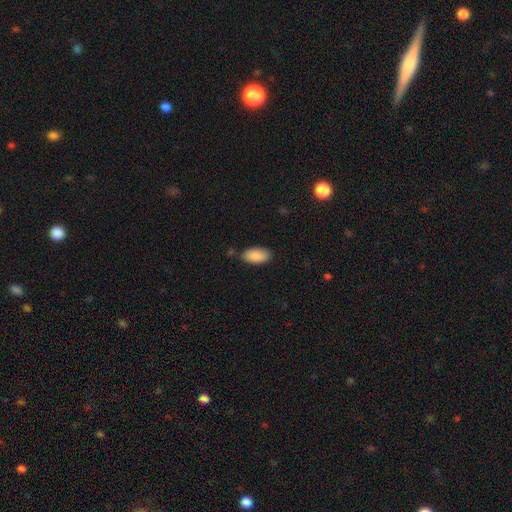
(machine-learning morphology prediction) The model was most divided on "merging": none: 81%, minor disturbance: 13%, major disturbance: 3%, merger: 3%. More confident: how rounded — in between (93%); smooth or featured — smooth (89%).